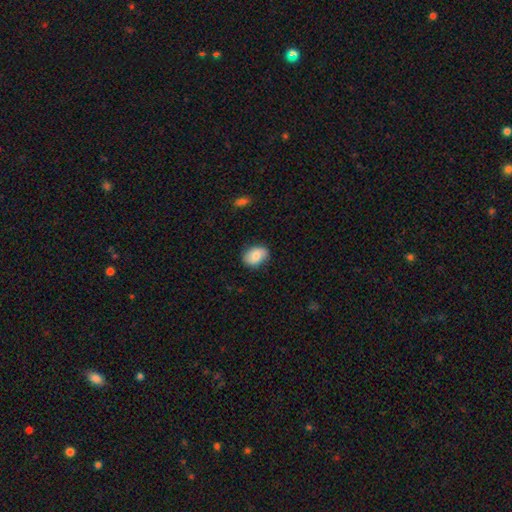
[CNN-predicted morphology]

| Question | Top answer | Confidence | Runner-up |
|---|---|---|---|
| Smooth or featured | smooth | 78% | featured or disk (15%) |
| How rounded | in between | 71% | round (27%) |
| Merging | none | 79% | minor disturbance (17%) |